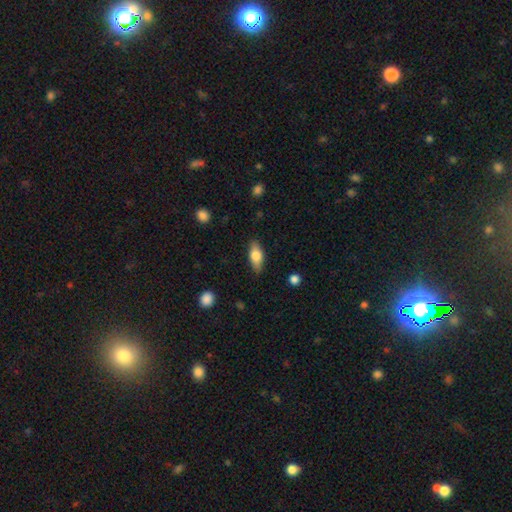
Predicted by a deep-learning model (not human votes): This is likely a smooth galaxy (70%). How rounded: likely in between (76%). Merging: clearly none (85%).